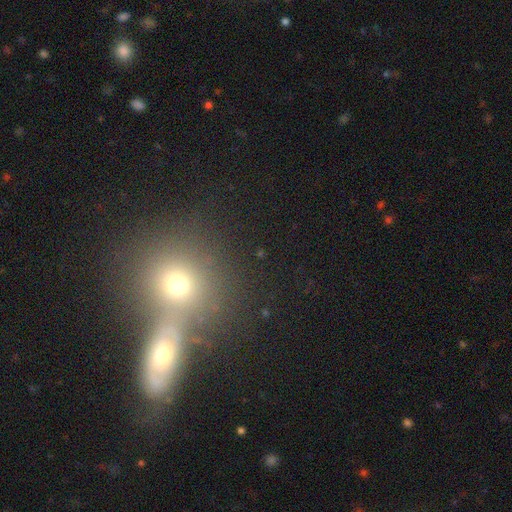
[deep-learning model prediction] Morphology: type=smooth (54%); roundness=round (77%); merging=merger (45%).